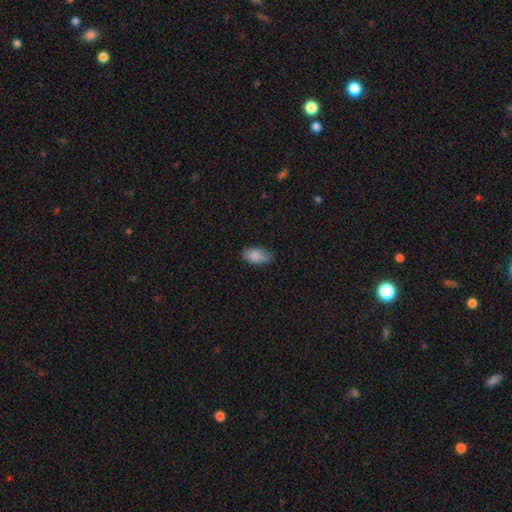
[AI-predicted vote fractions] Smooth or featured?
  - smooth: 86% *
  - star or artifact: 7%
  - featured or disk: 7%
How rounded?
  - in between: 93% *
  - round: 4%
  - cigar-shaped: 4%
Merging?
  - none: 76% *
  - minor disturbance: 19%
  - major disturbance: 4%
  - merger: 1%